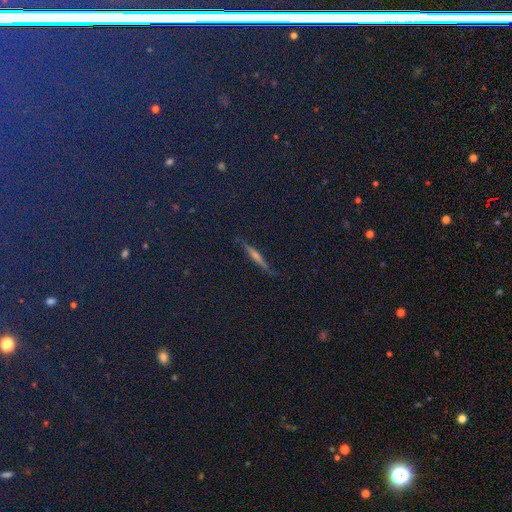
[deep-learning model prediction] Overall: featured or disk (38%; star or artifact 32%). Merging: none (85%).